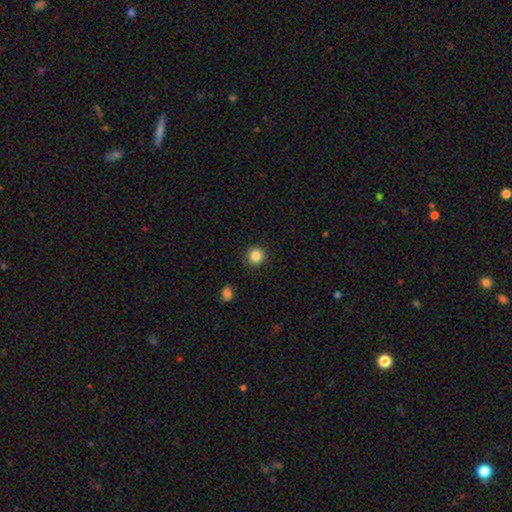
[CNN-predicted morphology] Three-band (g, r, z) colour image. It shows a smooth galaxy with no disk features (86%) that is round (94%). Merging: none (91%).